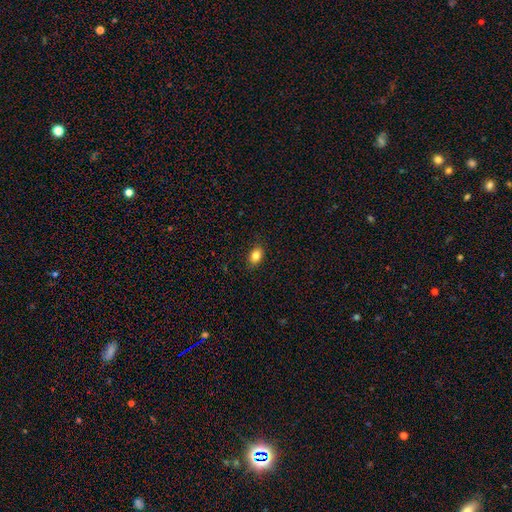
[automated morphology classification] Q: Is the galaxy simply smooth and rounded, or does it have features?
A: smooth — 84%.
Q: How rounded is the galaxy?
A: in between — 78%.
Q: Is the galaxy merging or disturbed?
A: none — 87%.